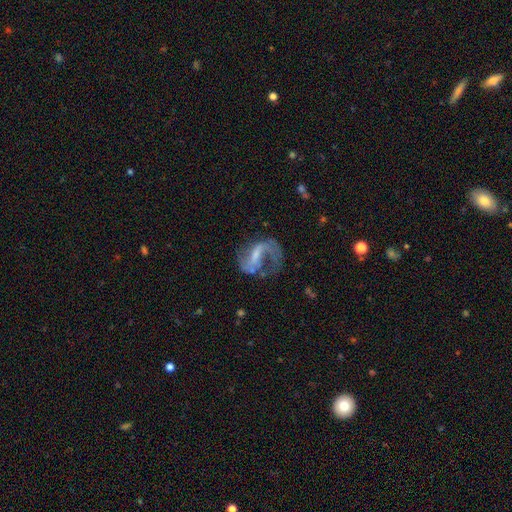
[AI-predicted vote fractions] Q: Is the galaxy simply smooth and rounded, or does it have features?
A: featured or disk — 78%.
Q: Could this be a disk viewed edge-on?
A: no — 97%.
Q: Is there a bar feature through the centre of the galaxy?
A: weak — 46%.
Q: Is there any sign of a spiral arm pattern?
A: yes — 86%.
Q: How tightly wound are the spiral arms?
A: loose — 53%.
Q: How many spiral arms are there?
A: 2 — 61%.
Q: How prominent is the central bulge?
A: small — 35%.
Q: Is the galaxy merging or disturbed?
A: none — 43%.